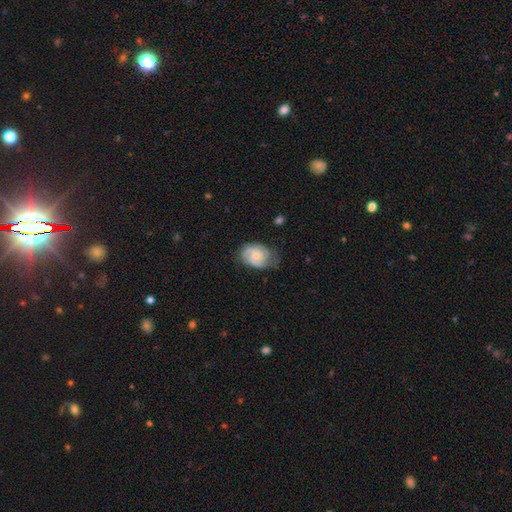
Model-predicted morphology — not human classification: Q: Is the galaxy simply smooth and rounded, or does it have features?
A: featured or disk — 72%.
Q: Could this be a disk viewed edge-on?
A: no — 98%.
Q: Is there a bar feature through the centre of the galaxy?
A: no — 70%.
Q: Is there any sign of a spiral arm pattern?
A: yes — 94%.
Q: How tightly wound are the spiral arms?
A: tight — 46%.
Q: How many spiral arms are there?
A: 2 — 47%.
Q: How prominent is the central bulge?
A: small — 58%.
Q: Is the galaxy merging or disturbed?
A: none — 63%.